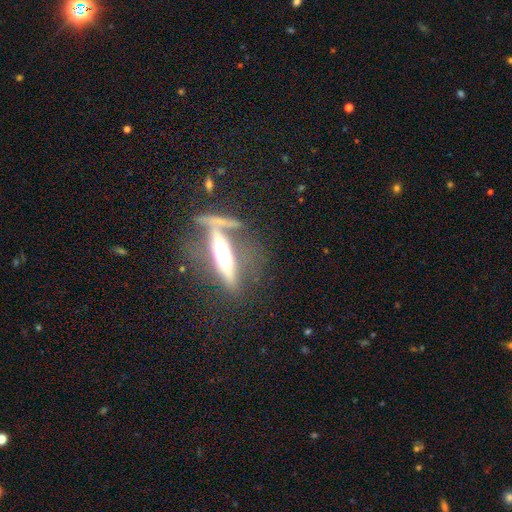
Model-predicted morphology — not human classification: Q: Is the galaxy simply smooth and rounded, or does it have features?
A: featured or disk — 68%.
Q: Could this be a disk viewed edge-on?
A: yes — 86%.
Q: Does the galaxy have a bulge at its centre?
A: rounded — 67%.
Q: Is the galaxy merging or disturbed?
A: none — 50%.